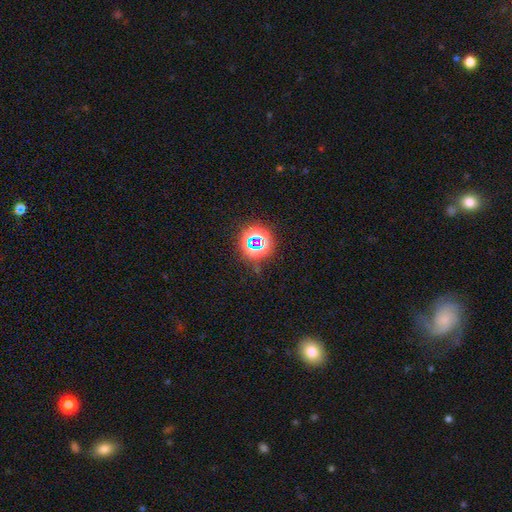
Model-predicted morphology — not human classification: Q: Smooth or featured?
A: star or artifact (68%); runner-up: smooth (21%)